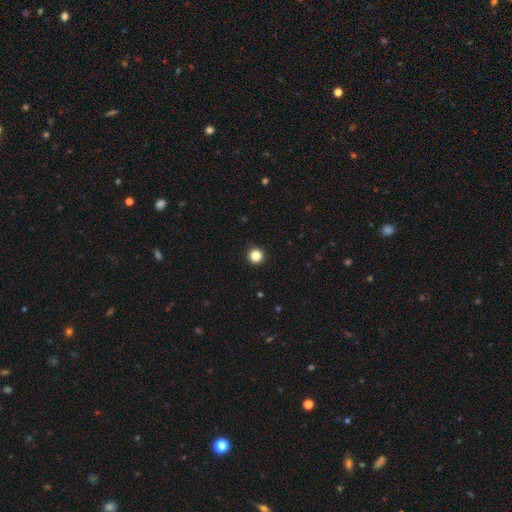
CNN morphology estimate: Smooth or featured? Predicted: smooth (p=0.84). How rounded? Predicted: round (p=0.96). Merging? Predicted: none (p=0.92).